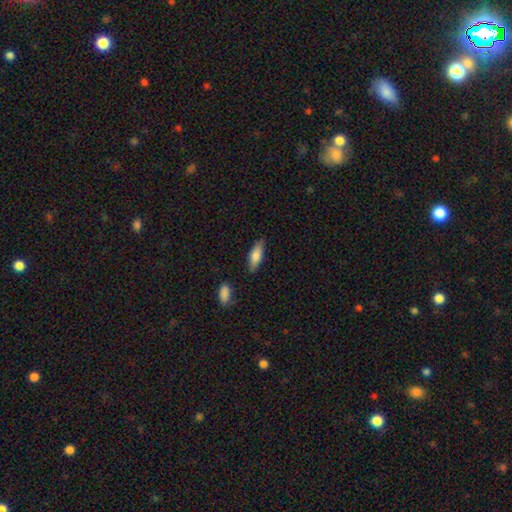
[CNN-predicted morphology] smooth_or_featured: smooth (p=0.78) [alt: featured or disk p=0.16]
how_rounded: in between (p=0.56) [alt: cigar-shaped p=0.42]
merging: none (p=0.82) [alt: minor disturbance p=0.13]